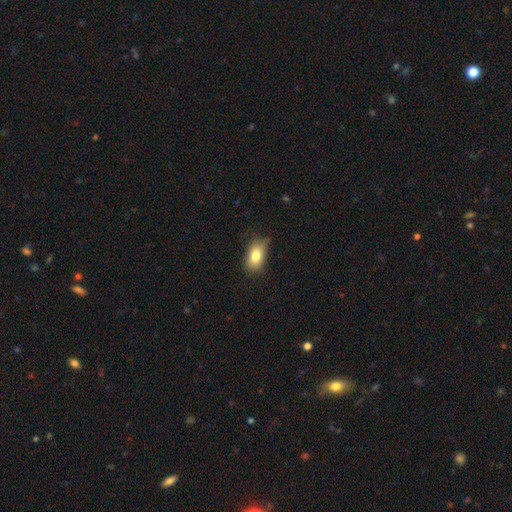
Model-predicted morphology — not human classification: Smooth or featured?
  - smooth: 82% *
  - featured or disk: 10%
  - star or artifact: 8%
How rounded?
  - in between: 89% *
  - round: 8%
  - cigar-shaped: 3%
Merging?
  - none: 70% *
  - minor disturbance: 24%
  - major disturbance: 5%
  - merger: 1%